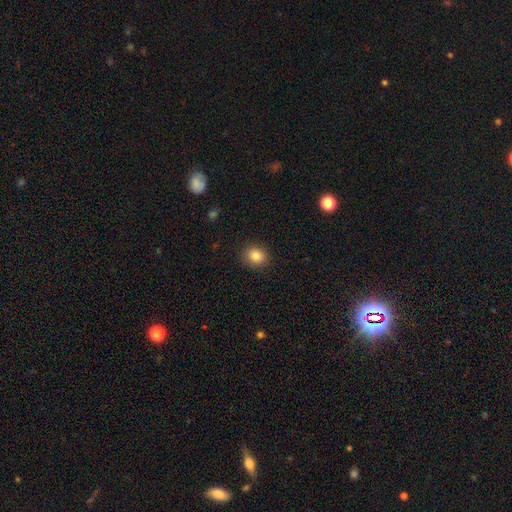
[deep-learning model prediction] The model was most divided on "how rounded": round: 71%, in between: 28%, cigar-shaped: 1%. More confident: merging — none (88%); smooth or featured — smooth (85%).